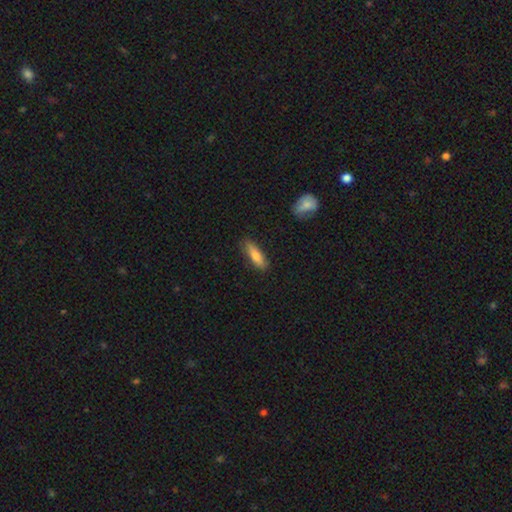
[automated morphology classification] smooth-or-featured: smooth: 77% | featured or disk: 17% | star or artifact: 6%
  how-rounded: cigar-shaped: 57% | in between: 41% | round: 2%
  merging: none: 85% | minor disturbance: 12% | major disturbance: 2% | merger: 1%